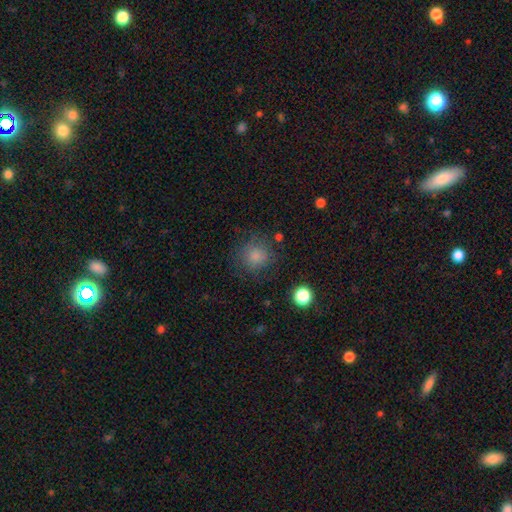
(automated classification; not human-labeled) smooth_or_featured: smooth (p=0.82) [alt: star or artifact p=0.12]
how_rounded: round (p=0.91) [alt: in between p=0.08]
merging: none (p=0.80) [alt: minor disturbance p=0.12]